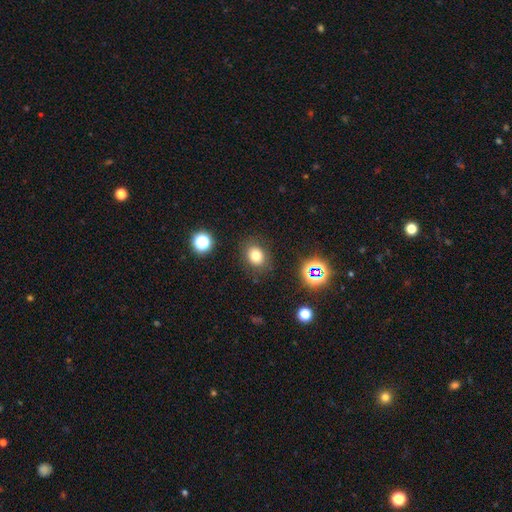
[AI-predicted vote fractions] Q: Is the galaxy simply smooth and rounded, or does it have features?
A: smooth — 75%.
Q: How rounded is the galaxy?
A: round — 58%.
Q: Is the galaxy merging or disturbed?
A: none — 84%.